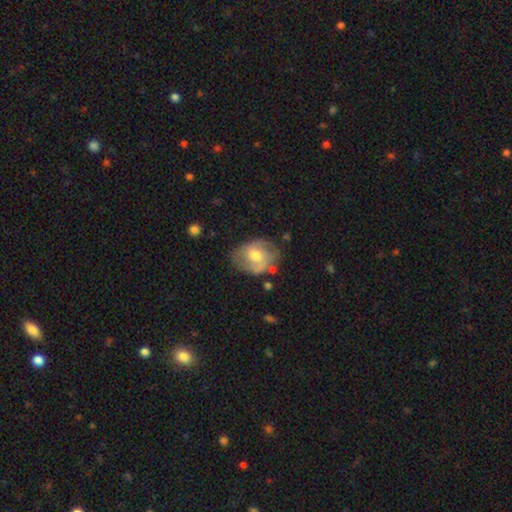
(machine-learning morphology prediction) Overall: featured or disk (49%; smooth 44%). Merging: none (58%; minor disturbance 27%).